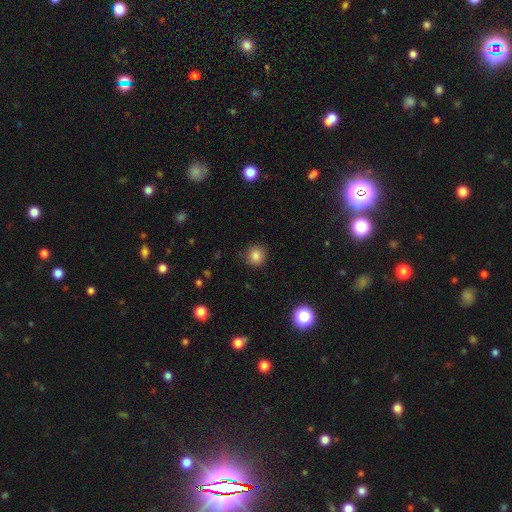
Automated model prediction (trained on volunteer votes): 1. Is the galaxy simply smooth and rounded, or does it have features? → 84% smooth, 12% star or artifact, 4% featured or disk.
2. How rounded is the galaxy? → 89% round, 10% in between, 1% cigar-shaped.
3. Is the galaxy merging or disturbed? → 87% none, 9% minor disturbance, 3% major disturbance, 1% merger.